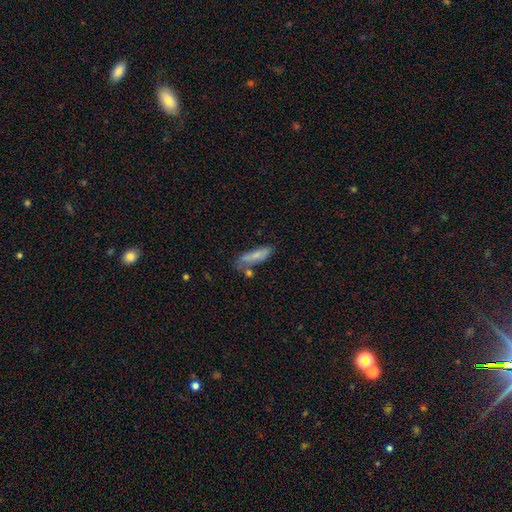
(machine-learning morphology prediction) Smooth or featured?
  - smooth: 72% *
  - featured or disk: 21%
  - star or artifact: 7%
How rounded?
  - cigar-shaped: 53% *
  - in between: 45%
  - round: 2%
Merging?
  - none: 55% *
  - minor disturbance: 24%
  - merger: 13%
  - major disturbance: 8%